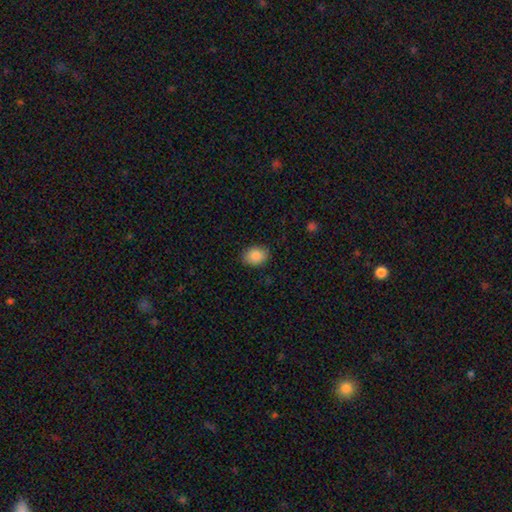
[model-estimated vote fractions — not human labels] A smooth galaxy with no disk features (89%) that is in between round and cigar-shaped (64%). Merging: none (87%).